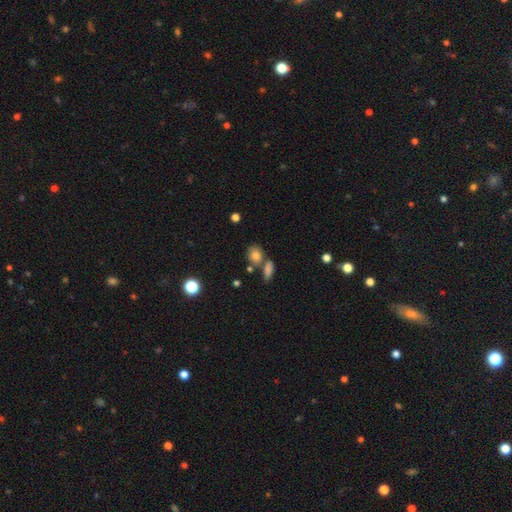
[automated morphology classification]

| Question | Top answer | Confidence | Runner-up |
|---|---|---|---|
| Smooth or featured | smooth | 80% | star or artifact (11%) |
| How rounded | round | 59% | in between (38%) |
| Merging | none | 58% | merger (26%) |